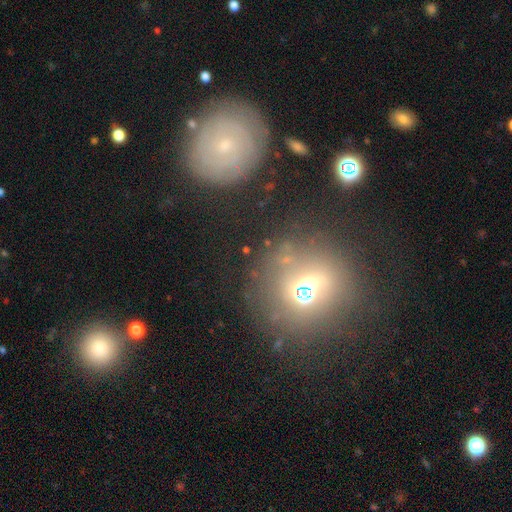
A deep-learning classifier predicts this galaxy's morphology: Smooth or featured?
  - featured or disk: 38% *
  - smooth: 35%
  - star or artifact: 27%
Merging?
  - none: 66% *
  - merger: 13%
  - minor disturbance: 13%
  - major disturbance: 9%